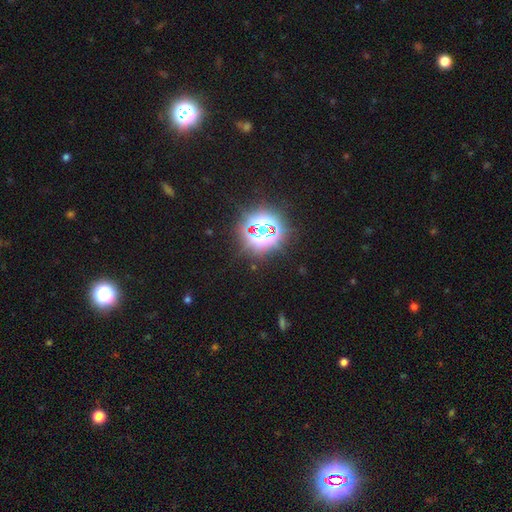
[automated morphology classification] Smooth or featured: star or artifact — 78% (smooth — 17%)